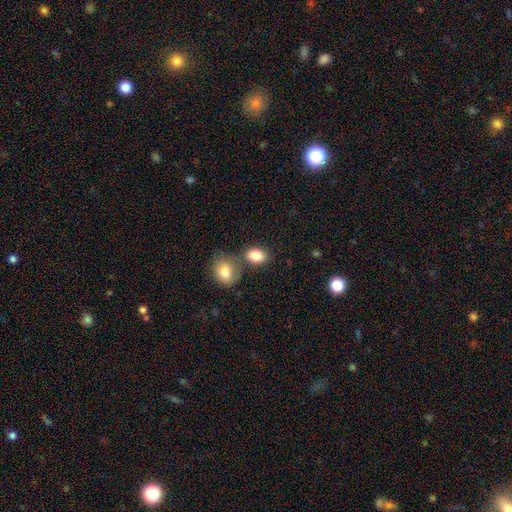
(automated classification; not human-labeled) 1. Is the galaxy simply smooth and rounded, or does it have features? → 84% smooth, 8% star or artifact, 8% featured or disk.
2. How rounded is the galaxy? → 80% in between, 19% round, 1% cigar-shaped.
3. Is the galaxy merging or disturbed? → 57% none, 27% merger, 12% minor disturbance, 4% major disturbance.